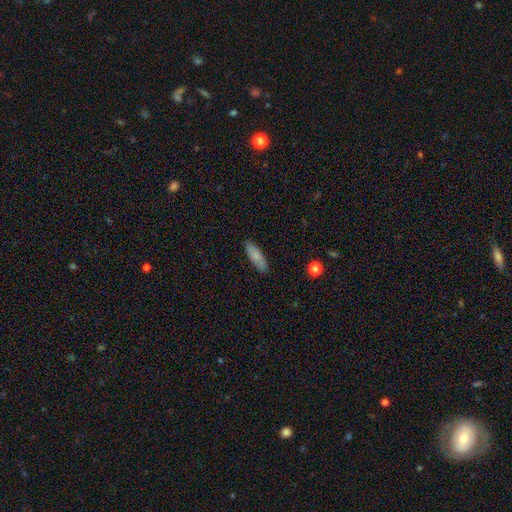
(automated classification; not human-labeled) Smooth or featured? Predicted: smooth (p=0.77). How rounded? Predicted: in between (p=0.50). Merging? Predicted: none (p=0.86).